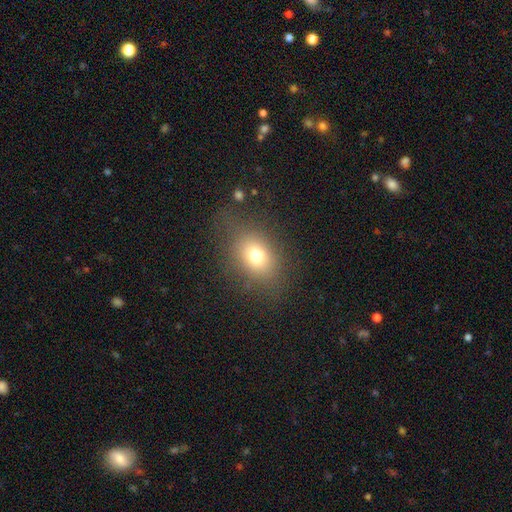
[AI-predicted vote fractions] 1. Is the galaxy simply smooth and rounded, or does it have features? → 72% smooth, 15% star or artifact, 13% featured or disk.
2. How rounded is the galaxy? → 57% in between, 41% round, 1% cigar-shaped.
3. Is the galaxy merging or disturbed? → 69% none, 16% minor disturbance, 12% major disturbance, 2% merger.